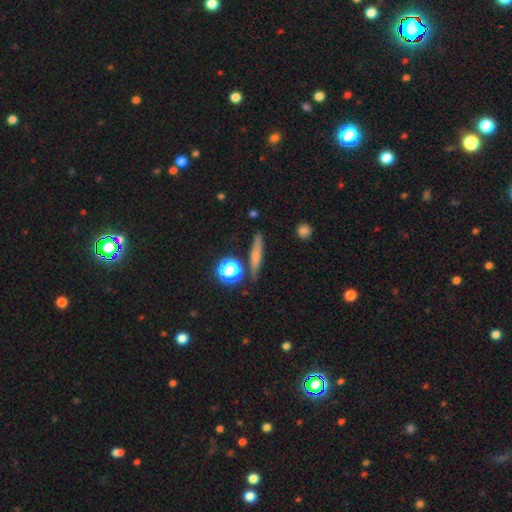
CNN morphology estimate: This appears to be a smooth galaxy with no disk features (59%) that is cigar-shaped (77%). Merging: none (81%).